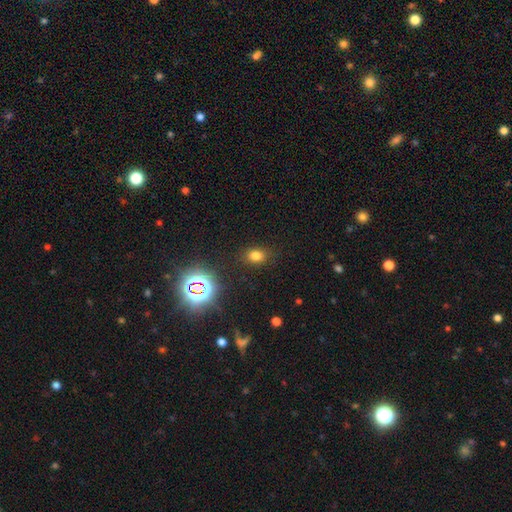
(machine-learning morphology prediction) Smooth or featured?
  - smooth: 73% *
  - star or artifact: 21%
  - featured or disk: 6%
How rounded?
  - in between: 65% *
  - round: 34%
  - cigar-shaped: 1%
Merging?
  - none: 85% *
  - minor disturbance: 10%
  - major disturbance: 3%
  - merger: 2%